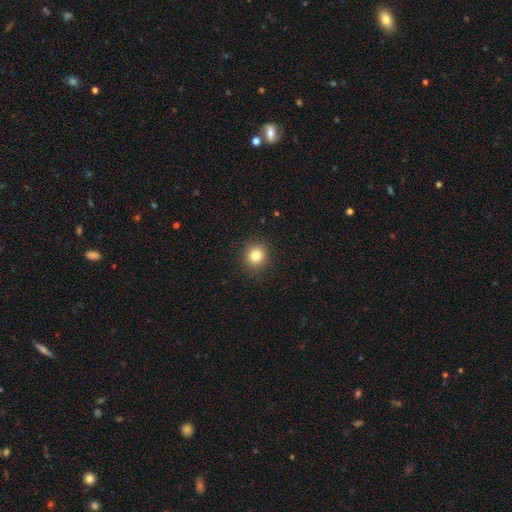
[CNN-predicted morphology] Smooth or featured? smooth (83%)
How rounded? round (89%)
Merging? none (91%)